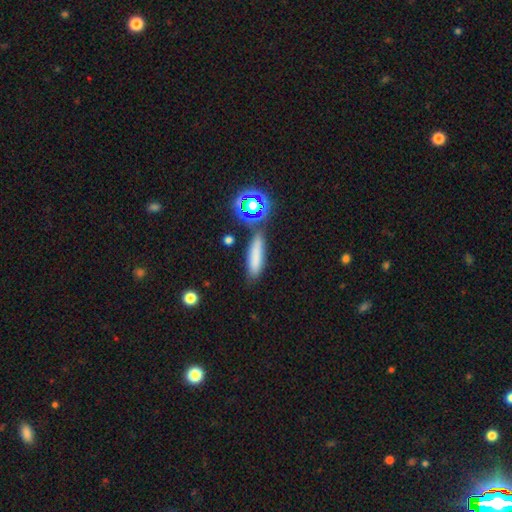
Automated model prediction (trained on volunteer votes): Smooth or featured?
  - smooth: 72% *
  - star or artifact: 16%
  - featured or disk: 12%
How rounded?
  - cigar-shaped: 69% *
  - in between: 25%
  - round: 6%
Merging?
  - none: 74% *
  - minor disturbance: 13%
  - merger: 9%
  - major disturbance: 4%